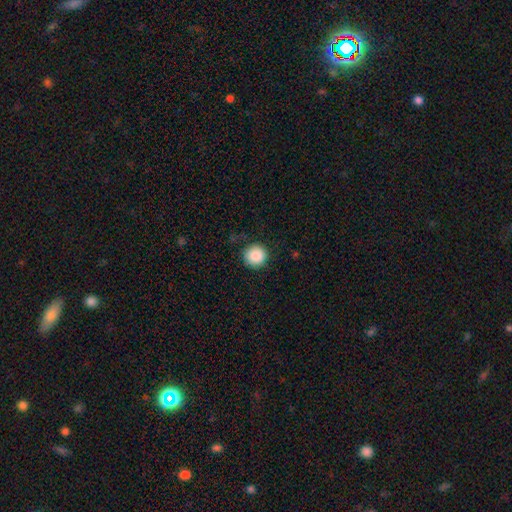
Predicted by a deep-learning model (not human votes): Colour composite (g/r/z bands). It shows a smooth galaxy with no disk features (87%) that is round (94%). Merging: none (83%).